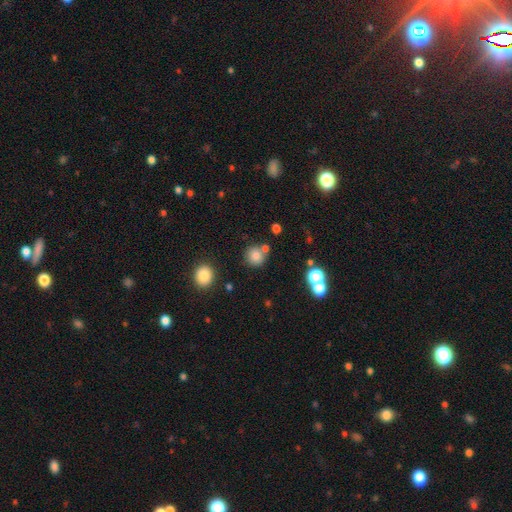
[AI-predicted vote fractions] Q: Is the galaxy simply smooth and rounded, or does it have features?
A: smooth — 80%.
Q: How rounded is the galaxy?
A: round — 90%.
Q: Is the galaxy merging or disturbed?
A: none — 72%.